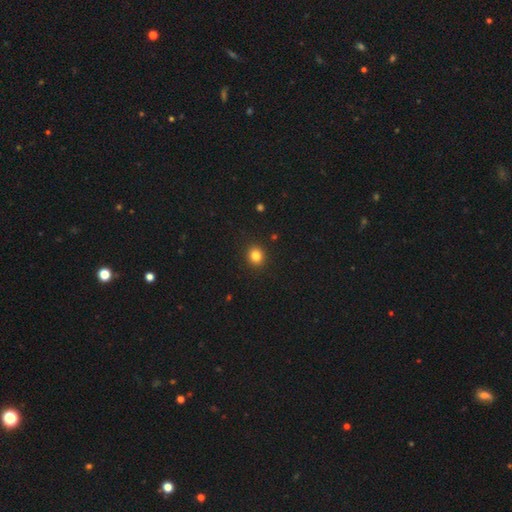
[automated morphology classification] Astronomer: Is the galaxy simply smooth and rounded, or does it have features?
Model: smooth — 83%.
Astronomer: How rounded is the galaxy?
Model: round — 82%.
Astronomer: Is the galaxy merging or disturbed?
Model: none — 92%.